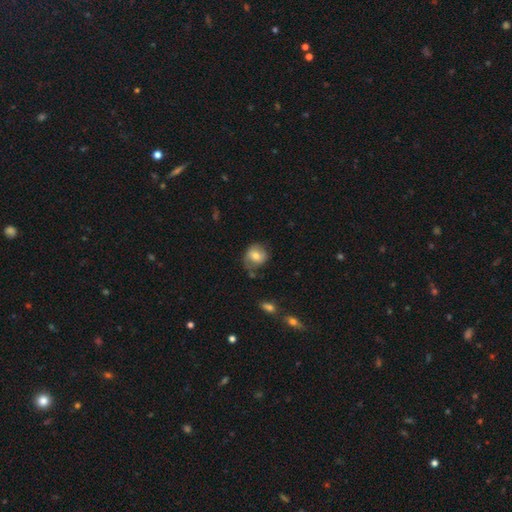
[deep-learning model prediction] smooth 60%, featured or disk 32%, star or artifact 8%. Down the decision tree: how rounded — round (72%); merging — none (58%).